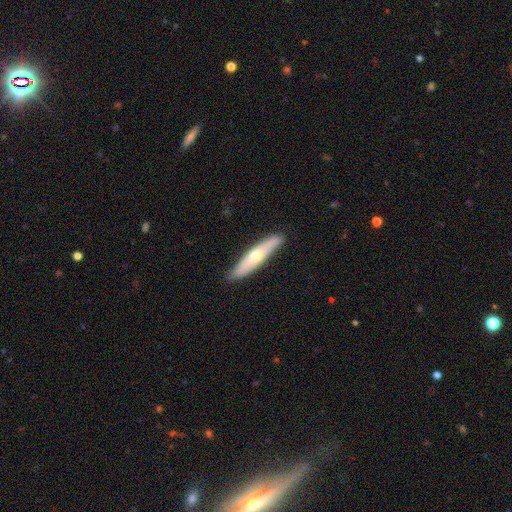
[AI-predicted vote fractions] smooth-or-featured: featured or disk: 48% | smooth: 45% | star or artifact: 7%
  merging: none: 89% | minor disturbance: 9% | major disturbance: 2% | merger: 1%